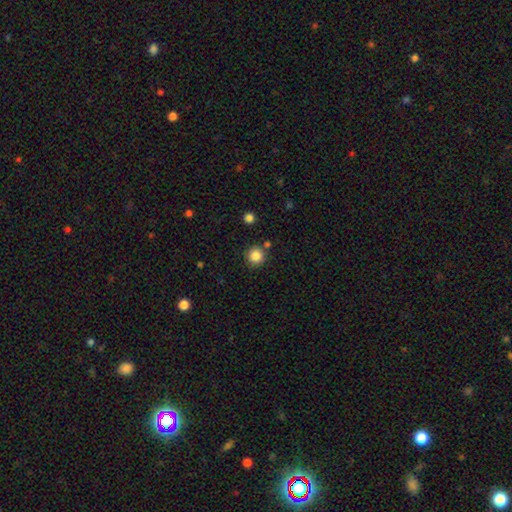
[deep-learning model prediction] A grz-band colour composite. It shows a smooth galaxy with no disk features (85%) that is round (94%). Merging: none (85%).